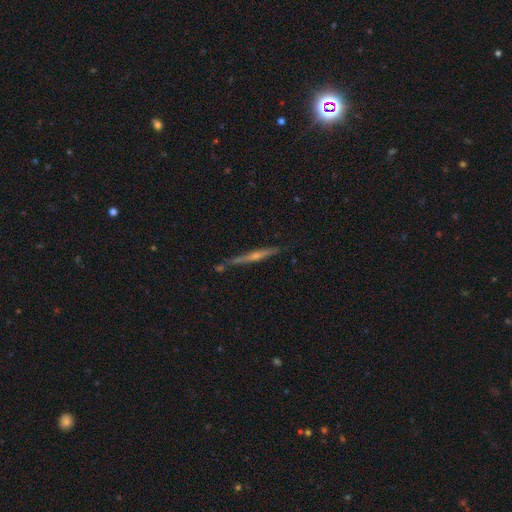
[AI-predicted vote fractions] A featured or disk galaxy (77%) viewed edge-on (98%) with a rounded central bulge (78%).

Vote fractions:
- Smooth or featured? featured or disk: 77% / smooth: 16% / star or artifact: 7%
- Edge-on disk? yes: 98% / no: 2%
- Edge-on bulge? rounded: 78% / none: 17% / boxy: 5%
- Merging? none: 81% / minor disturbance: 12% / merger: 4% / major disturbance: 2%